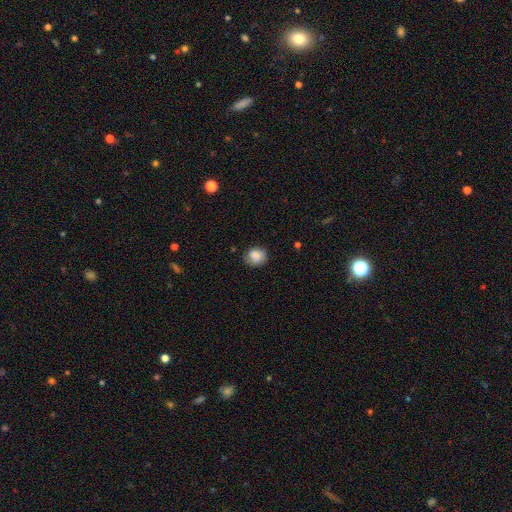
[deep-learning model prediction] smooth_or_featured: smooth (p=0.79) [alt: featured or disk p=0.12]
how_rounded: round (p=0.60) [alt: in between p=0.39]
merging: none (p=0.65) [alt: minor disturbance p=0.25]